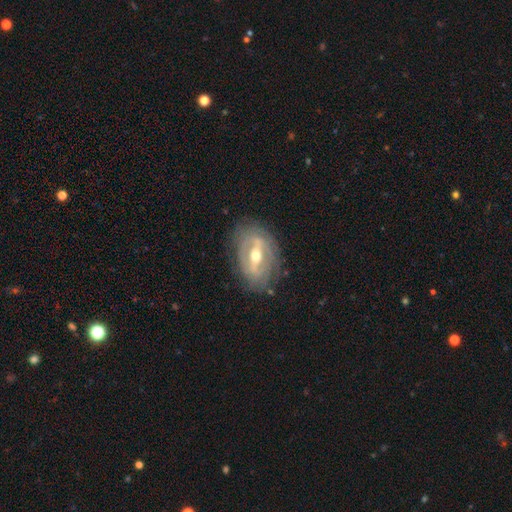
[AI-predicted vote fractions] This appears to be a featured or disk galaxy (80%) with a strong bar (62%), spiral arms (55%) and a moderate central bulge (73%). Merging: none (76%).